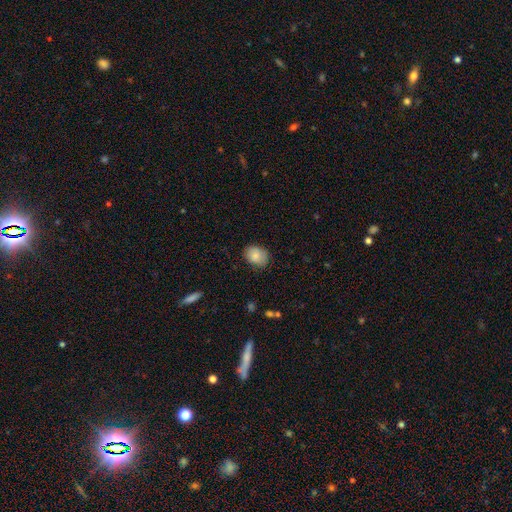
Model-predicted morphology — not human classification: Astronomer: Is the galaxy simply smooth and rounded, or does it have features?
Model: smooth — 84%.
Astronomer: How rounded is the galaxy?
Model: in between — 63%.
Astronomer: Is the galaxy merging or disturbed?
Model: none — 80%.